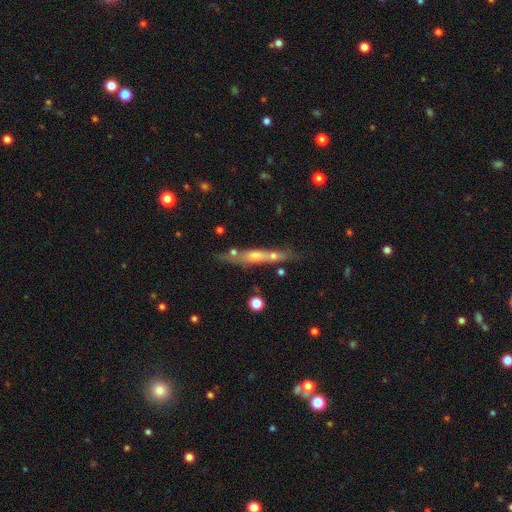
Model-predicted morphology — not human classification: A featured or disk galaxy (55%) viewed edge-on (82%). Merging: none (62%).